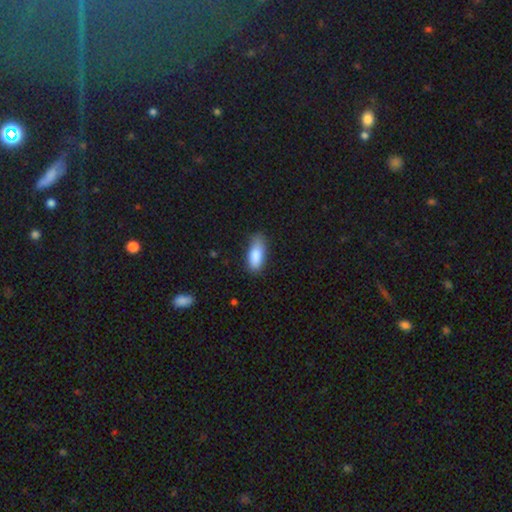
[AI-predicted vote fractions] Smooth or featured? smooth (86%)
How rounded? in between (81%)
Merging? none (67%)